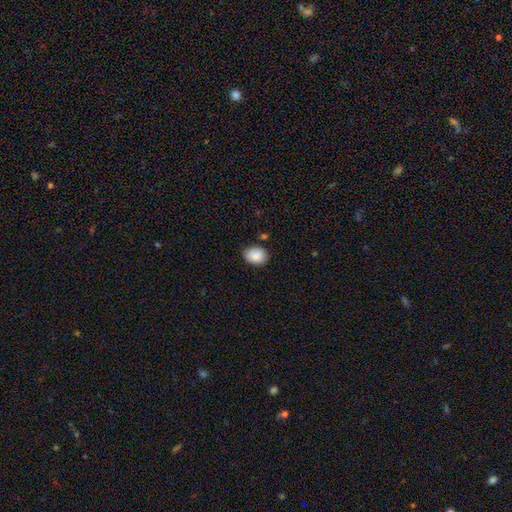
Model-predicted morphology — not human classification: Smooth or featured? Predicted: smooth (p=0.88). How rounded? Predicted: in between (p=0.70). Merging? Predicted: none (p=0.77).